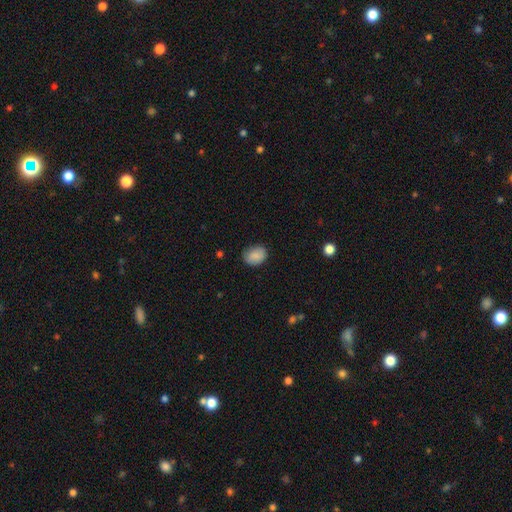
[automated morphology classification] A smooth galaxy with no disk features (85%) that is in between round and cigar-shaped (62%). Merging: none (80%).